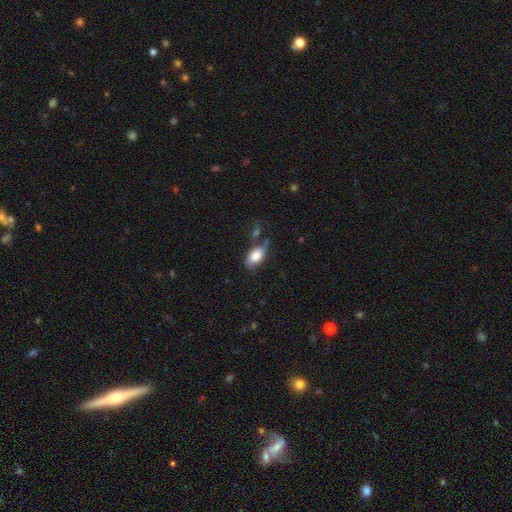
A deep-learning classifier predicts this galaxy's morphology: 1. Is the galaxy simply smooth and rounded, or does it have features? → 71% smooth, 21% featured or disk, 7% star or artifact.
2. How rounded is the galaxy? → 91% in between, 6% round, 3% cigar-shaped.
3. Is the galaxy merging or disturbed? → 40% none, 27% minor disturbance, 17% major disturbance, 16% merger.